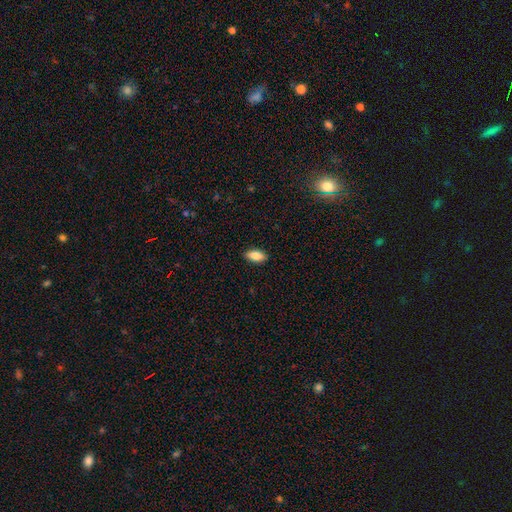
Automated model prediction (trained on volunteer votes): Morphology: type=smooth (79%); roundness=in between (86%); merging=none (89%).